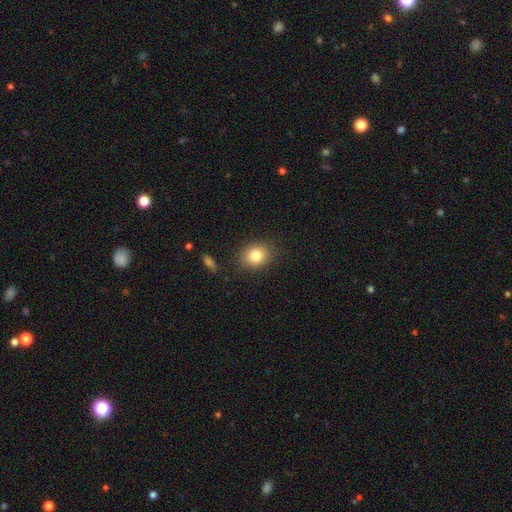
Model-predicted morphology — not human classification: smooth 82%, star or artifact 10%, featured or disk 8%. Down the decision tree: how rounded — round (61%); merging — none (85%).